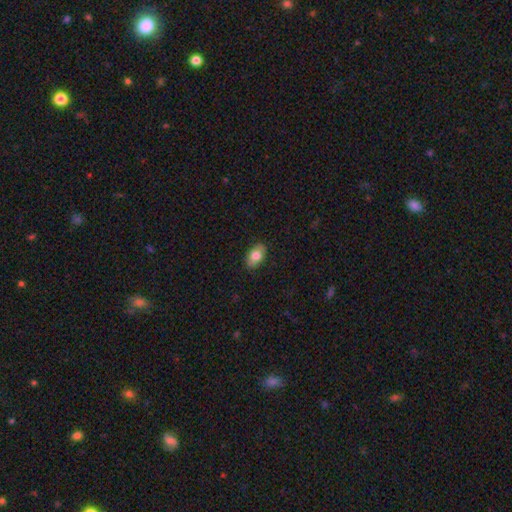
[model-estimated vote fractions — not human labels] Smooth or featured?
  - smooth: 77% *
  - featured or disk: 16%
  - star or artifact: 7%
How rounded?
  - in between: 90% *
  - round: 8%
  - cigar-shaped: 2%
Merging?
  - none: 87% *
  - minor disturbance: 10%
  - major disturbance: 2%
  - merger: 1%